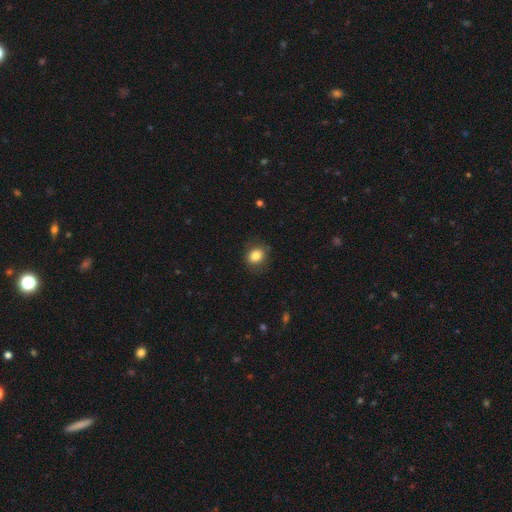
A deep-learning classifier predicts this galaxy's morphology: Smooth or featured? Predicted: smooth (p=0.83). How rounded? Predicted: round (p=0.61). Merging? Predicted: none (p=0.82).